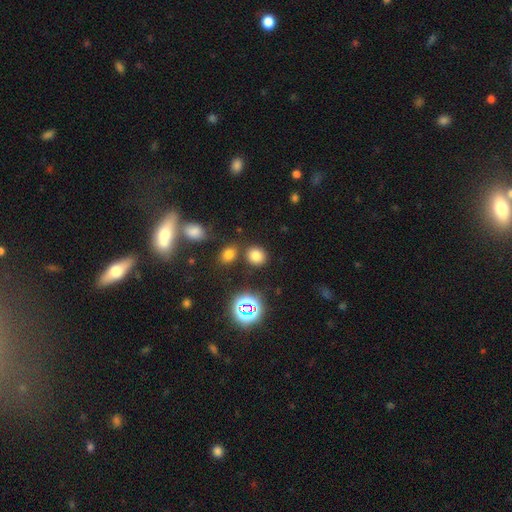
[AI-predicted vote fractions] A smooth galaxy with no disk features (73%) that is round (75%).

Vote fractions:
- Smooth or featured? smooth: 73% / star or artifact: 20% / featured or disk: 7%
- How rounded? round: 75% / in between: 24% / cigar-shaped: 1%
- Merging? none: 80% / minor disturbance: 8% / merger: 8% / major disturbance: 3%